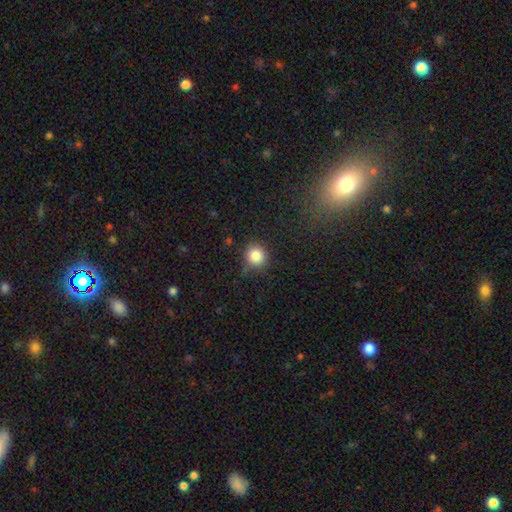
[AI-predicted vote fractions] smooth 84%, star or artifact 11%, featured or disk 5%. Down the decision tree: how rounded — round (89%); merging — none (80%).